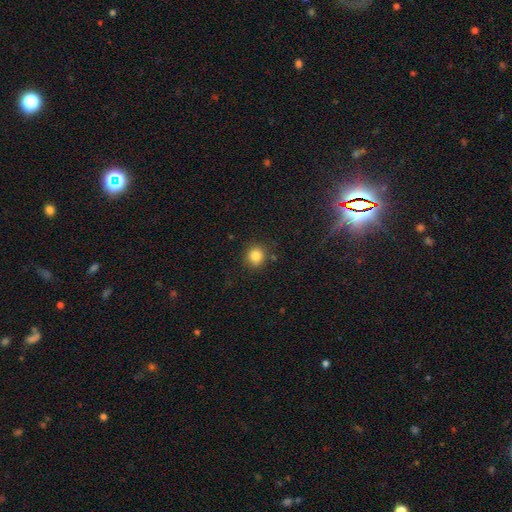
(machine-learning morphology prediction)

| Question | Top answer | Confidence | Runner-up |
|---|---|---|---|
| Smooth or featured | smooth | 84% | star or artifact (11%) |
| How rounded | round | 87% | in between (12%) |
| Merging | none | 87% | minor disturbance (9%) |